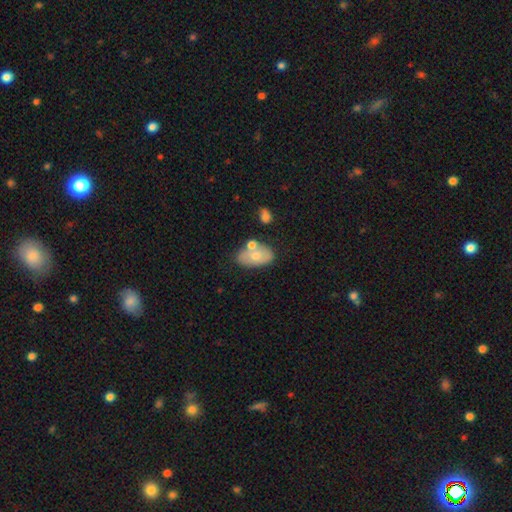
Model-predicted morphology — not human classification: This appears to be a smooth galaxy with no disk features (61%) that is in between round and cigar-shaped (90%). Merging: none (53%).